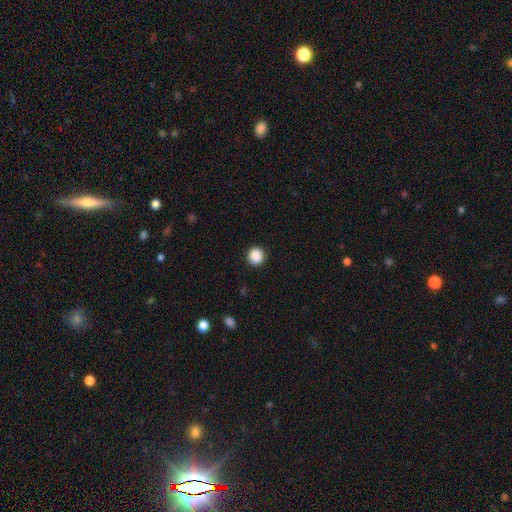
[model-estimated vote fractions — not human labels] This appears to be a smooth galaxy with no disk features (88%) that is round (92%). Merging: none (92%).